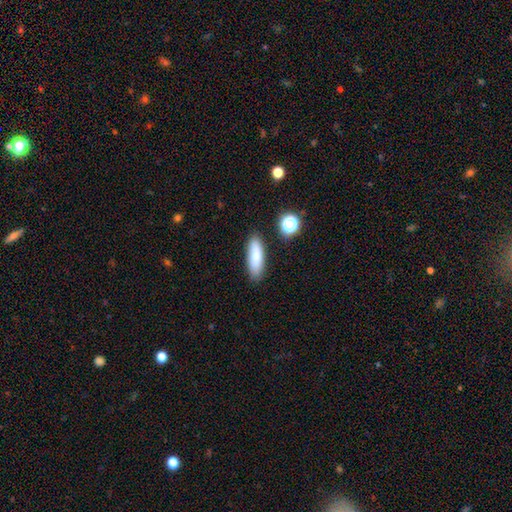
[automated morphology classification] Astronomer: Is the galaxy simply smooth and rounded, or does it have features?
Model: smooth — 81%.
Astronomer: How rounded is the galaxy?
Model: in between — 50% (runner-up: cigar-shaped, 48%).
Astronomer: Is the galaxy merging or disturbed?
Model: none — 83%.